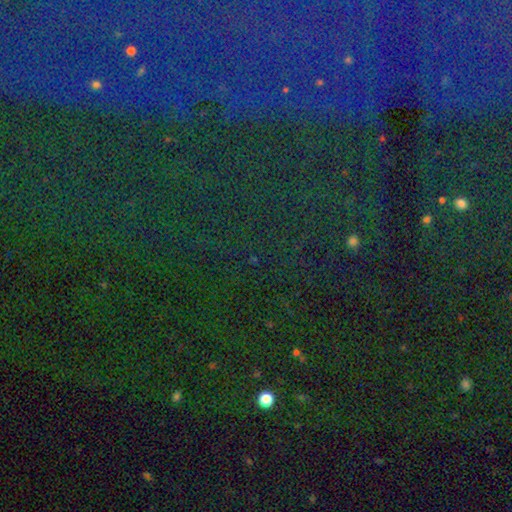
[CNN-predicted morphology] A star or artifact, not a galaxy (81%).